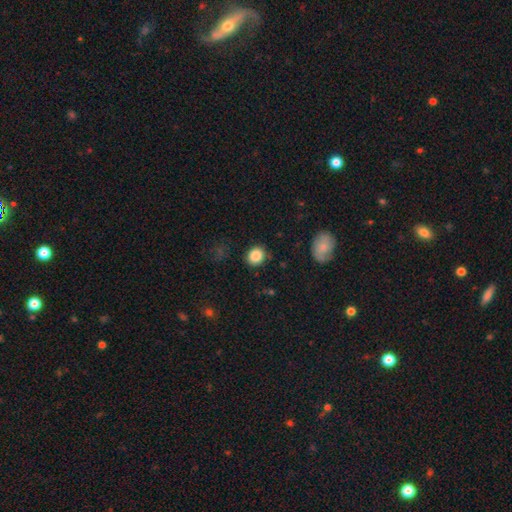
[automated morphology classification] The model was most divided on "how rounded": round: 70%, in between: 29%, cigar-shaped: 1%. More confident: smooth or featured — smooth (86%); merging — none (83%).